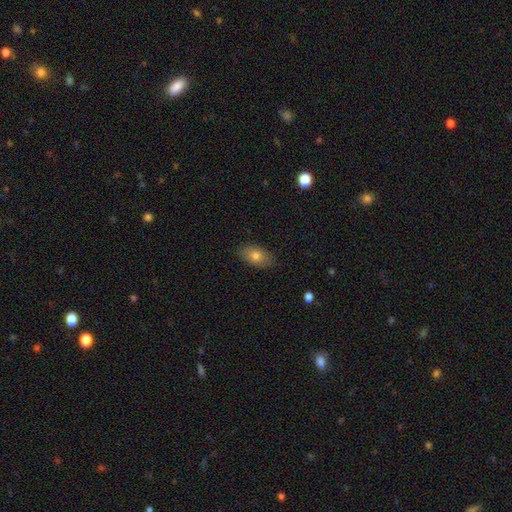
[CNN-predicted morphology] The model was most divided on "smooth or featured": smooth: 76%, featured or disk: 16%, star or artifact: 8%. More confident: how rounded — in between (90%); merging — none (85%).